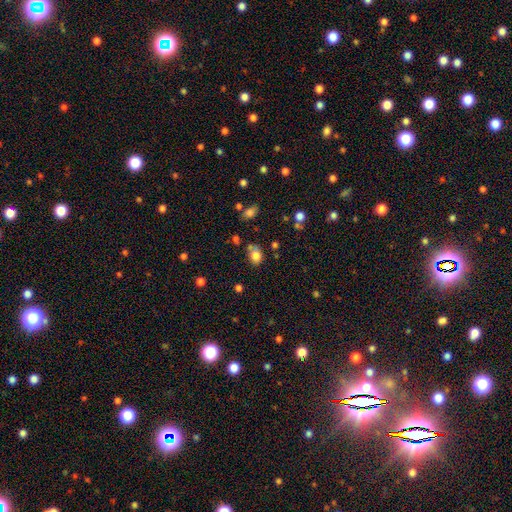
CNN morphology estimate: Smooth or featured: smooth — 80% (star or artifact — 11%)
How rounded: in between — 56% (round — 43%)
Merging: none — 55% (minor disturbance — 25%)